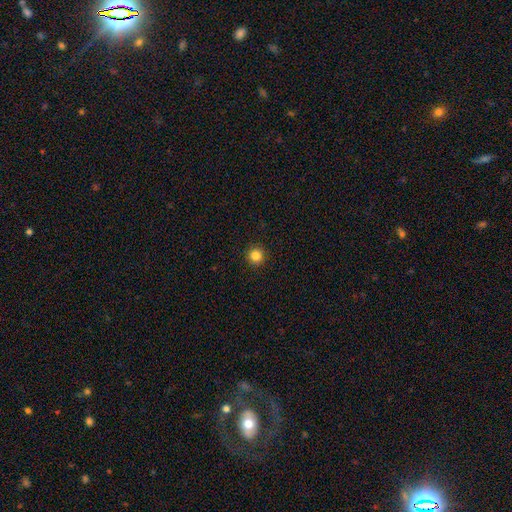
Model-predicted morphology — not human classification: Smooth or featured? smooth (85%)
How rounded? round (95%)
Merging? none (93%)